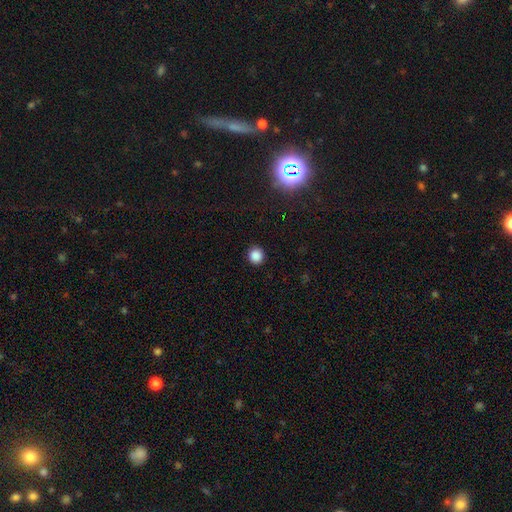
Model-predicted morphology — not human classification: A smooth galaxy with no disk features (86%) that is round (89%).

Vote fractions:
- Smooth or featured? smooth: 86% / star or artifact: 11% / featured or disk: 3%
- How rounded? round: 89% / in between: 10% / cigar-shaped: 1%
- Merging? none: 91% / minor disturbance: 6% / major disturbance: 2% / merger: 1%